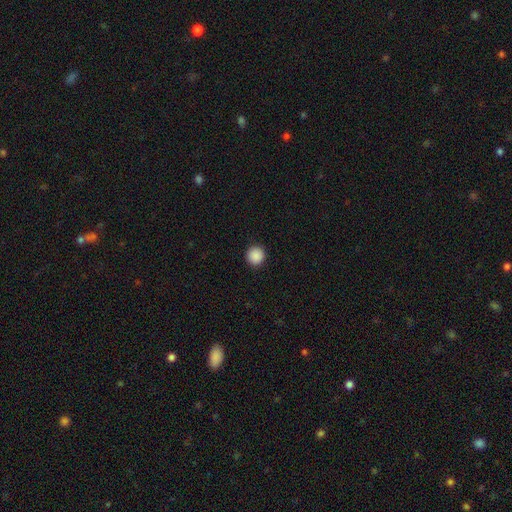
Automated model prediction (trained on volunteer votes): This appears to be a smooth galaxy with no disk features (89%) that is round (95%). Merging: none (93%).